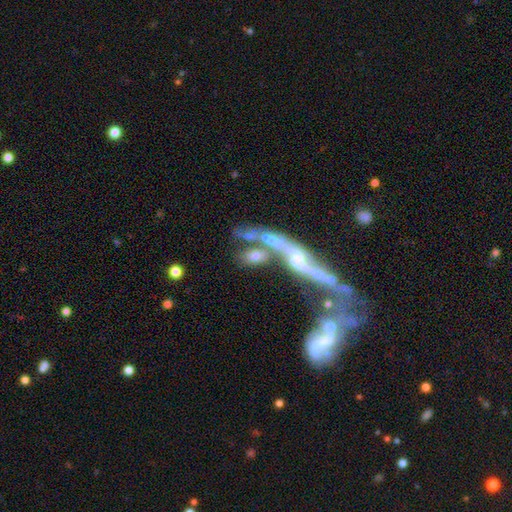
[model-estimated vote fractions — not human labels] This is possibly a smooth galaxy (47%). Merging: possibly merger (51%).